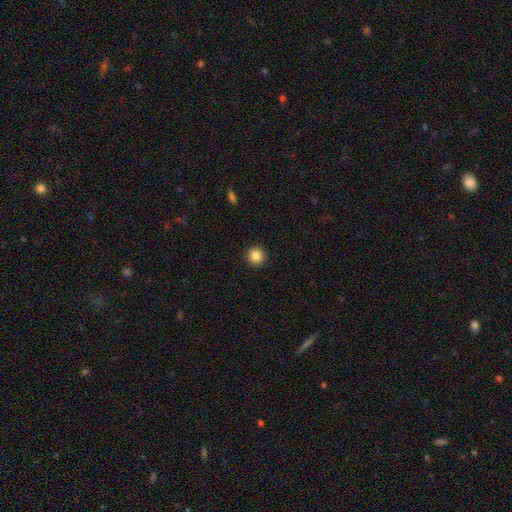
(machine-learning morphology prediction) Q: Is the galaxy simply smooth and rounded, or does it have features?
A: smooth — 86%.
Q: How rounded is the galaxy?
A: round — 95%.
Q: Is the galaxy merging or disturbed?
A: none — 93%.